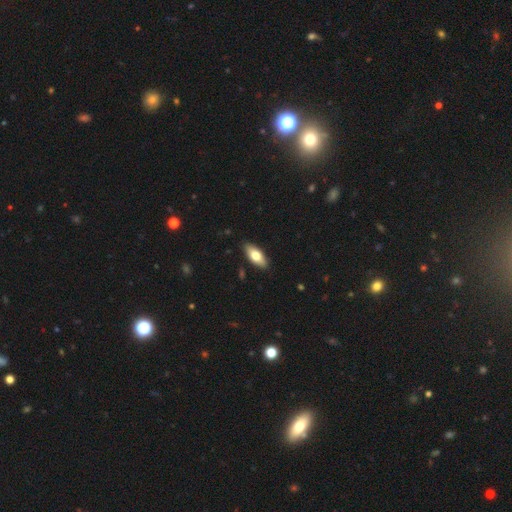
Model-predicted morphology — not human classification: A smooth galaxy with no disk features (72%) that is in between round and cigar-shaped (84%).

Vote fractions:
- Smooth or featured? smooth: 72% / featured or disk: 22% / star or artifact: 6%
- How rounded? in between: 84% / cigar-shaped: 14% / round: 3%
- Merging? none: 88% / minor disturbance: 9% / major disturbance: 2% / merger: 1%